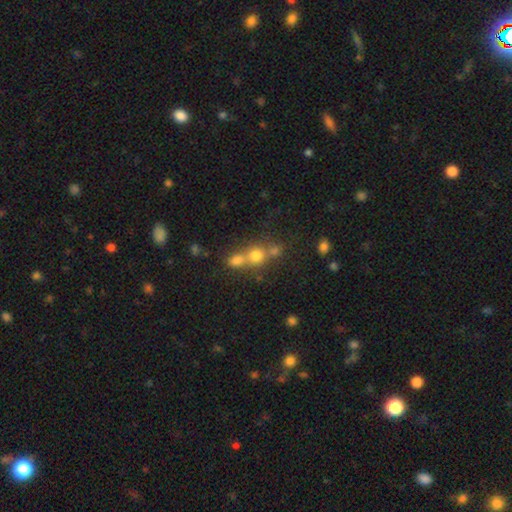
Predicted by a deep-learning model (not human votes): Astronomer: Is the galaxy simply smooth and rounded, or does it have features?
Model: smooth — 68%.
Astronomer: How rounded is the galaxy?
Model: round — 79%.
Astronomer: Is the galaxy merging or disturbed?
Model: merger — 52% (runner-up: none, 37%).